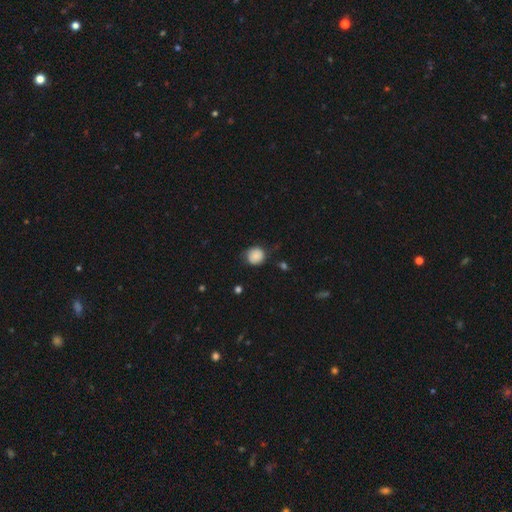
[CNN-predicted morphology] A smooth galaxy with no disk features (84%) that is round (89%).

Vote fractions:
- Smooth or featured? smooth: 84% / star or artifact: 9% / featured or disk: 8%
- How rounded? round: 89% / in between: 10% / cigar-shaped: 1%
- Merging? none: 72% / minor disturbance: 22% / major disturbance: 5% / merger: 2%